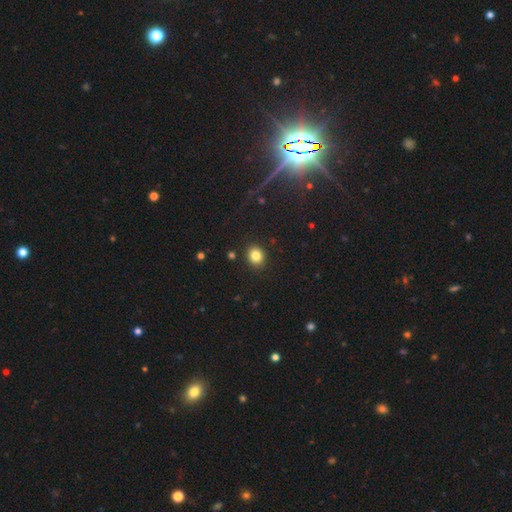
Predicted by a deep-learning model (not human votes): This appears to be a smooth galaxy with no disk features (83%) that is round (72%). Merging: none (90%).